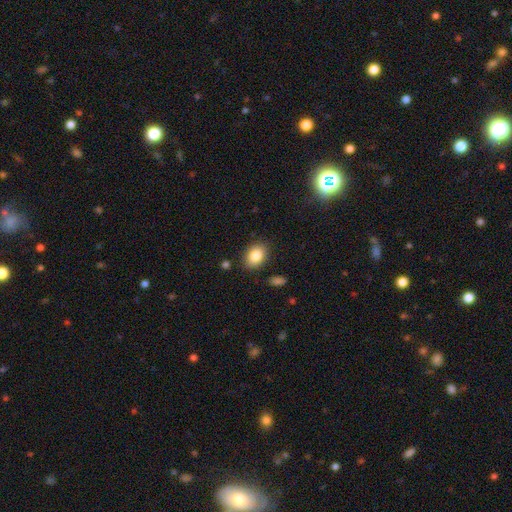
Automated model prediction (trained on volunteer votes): Smooth or featured? smooth (84%)
How rounded? in between (73%)
Merging? none (85%)